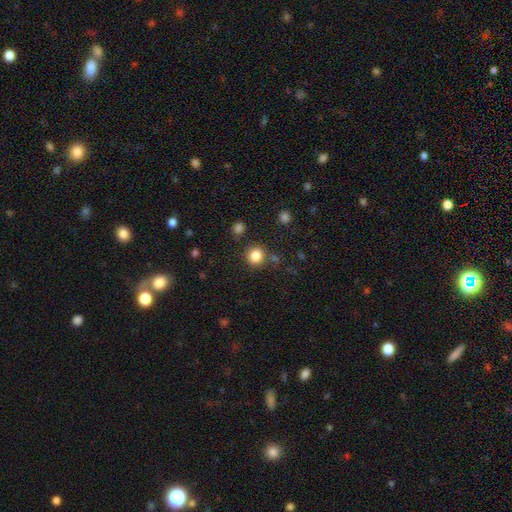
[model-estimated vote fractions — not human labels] A smooth galaxy with no disk features (84%) that is round (89%).

Vote fractions:
- Smooth or featured? smooth: 84% / star or artifact: 11% / featured or disk: 4%
- How rounded? round: 89% / in between: 10% / cigar-shaped: 1%
- Merging? none: 82% / minor disturbance: 9% / merger: 6% / major disturbance: 3%